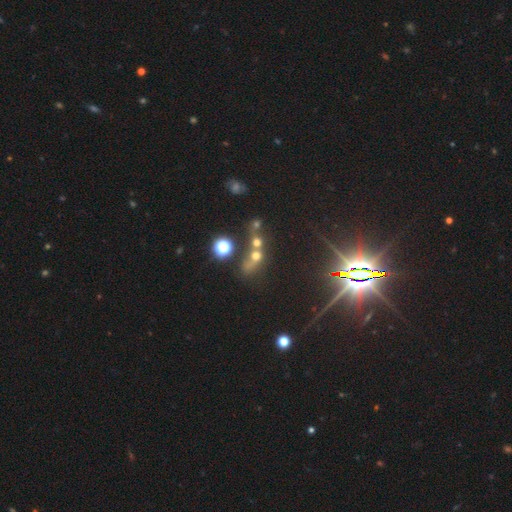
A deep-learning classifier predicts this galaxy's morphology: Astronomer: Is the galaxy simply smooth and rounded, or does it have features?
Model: smooth — 51% (runner-up: star or artifact, 28%).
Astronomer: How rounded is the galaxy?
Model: round — 70%.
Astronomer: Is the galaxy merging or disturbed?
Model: merger — 53% (runner-up: none, 29%).